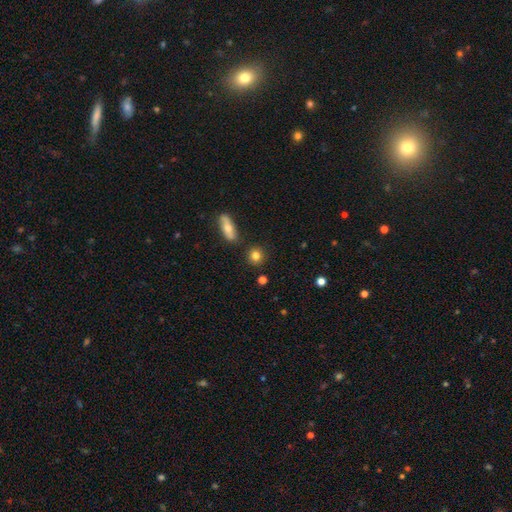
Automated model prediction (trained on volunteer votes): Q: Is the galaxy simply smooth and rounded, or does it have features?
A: smooth — 82%.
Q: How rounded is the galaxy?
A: round — 86%.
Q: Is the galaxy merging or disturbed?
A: none — 84%.